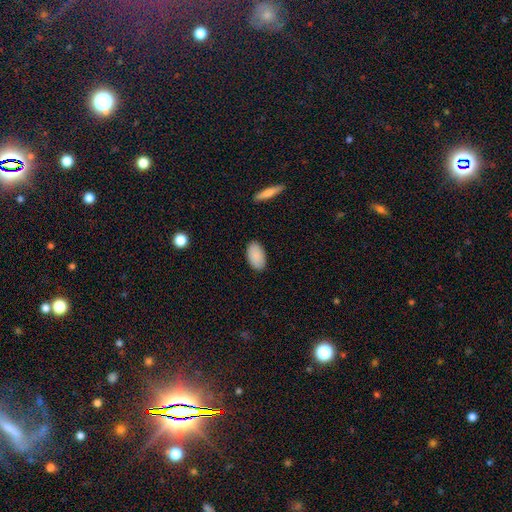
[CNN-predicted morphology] Q: Smooth or featured?
A: smooth (89%); runner-up: star or artifact (7%)
Q: How rounded?
A: in between (95%); runner-up: round (3%)
Q: Merging?
A: none (89%); runner-up: minor disturbance (8%)